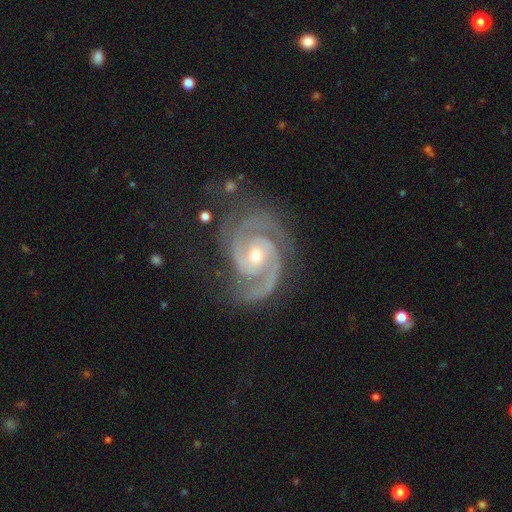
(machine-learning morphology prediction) Smooth or featured: featured or disk — 94% (star or artifact — 4%)
Edge-on disk: no — 98% (yes — 2%)
Bar: no — 59% (weak — 28%)
Spiral arms: yes — 99% (no — 1%)
Spiral winding: tight — 58% (medium — 38%)
Spiral arm count: 2 — 82% (3 — 10%)
Bulge size: moderate — 49% (small — 48%)
Merging: none — 71% (minor disturbance — 19%)